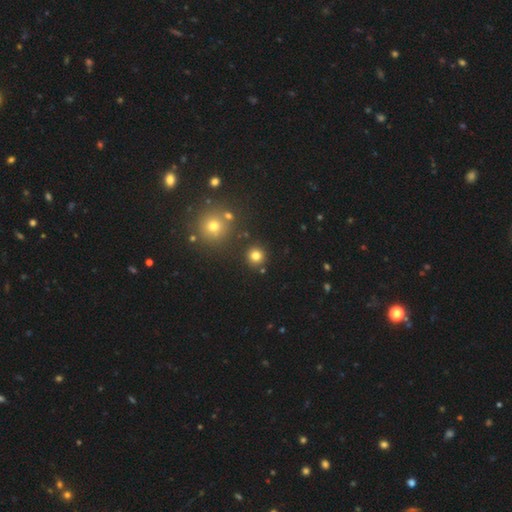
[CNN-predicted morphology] Smooth or featured? smooth (78%)
How rounded? round (94%)
Merging? none (88%)